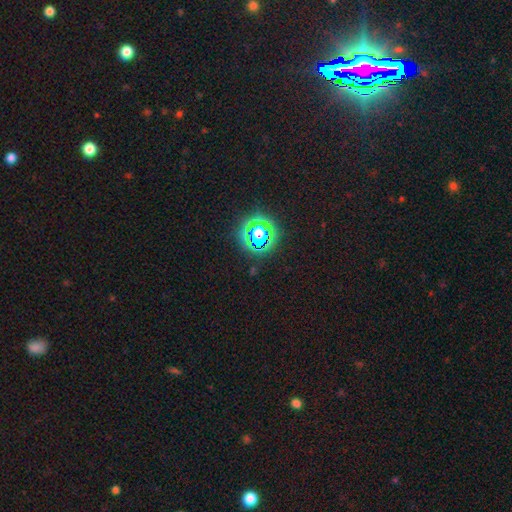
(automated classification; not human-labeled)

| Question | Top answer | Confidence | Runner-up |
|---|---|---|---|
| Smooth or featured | star or artifact | 80% | smooth (13%) |